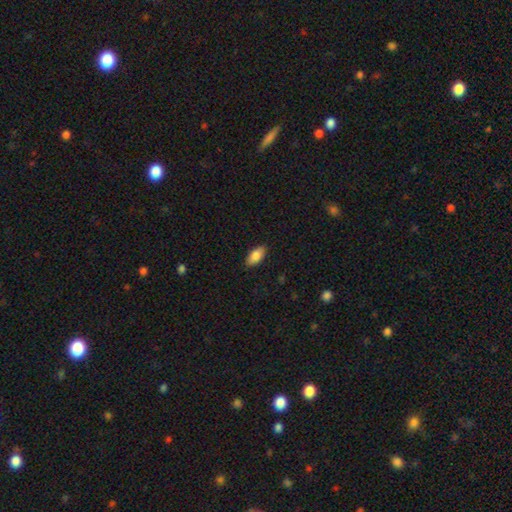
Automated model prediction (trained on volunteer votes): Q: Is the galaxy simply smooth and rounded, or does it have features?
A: smooth — 84%.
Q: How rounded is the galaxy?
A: in between — 91%.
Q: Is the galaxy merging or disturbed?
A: none — 87%.